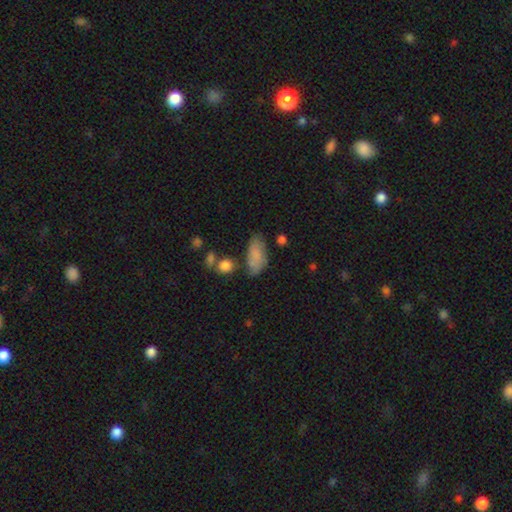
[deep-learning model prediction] smooth_or_featured: smooth (p=0.75) [alt: featured or disk p=0.17]
how_rounded: in between (p=0.89) [alt: cigar-shaped p=0.07]
merging: none (p=0.58) [alt: minor disturbance p=0.24]